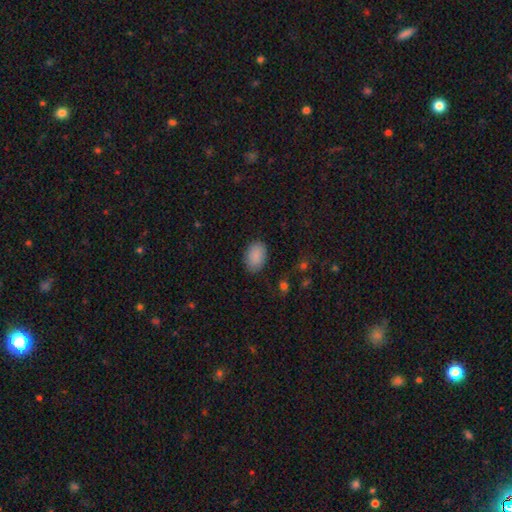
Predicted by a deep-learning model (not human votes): smooth 89%, star or artifact 7%, featured or disk 4%. Down the decision tree: how rounded — in between (88%); merging — none (86%).